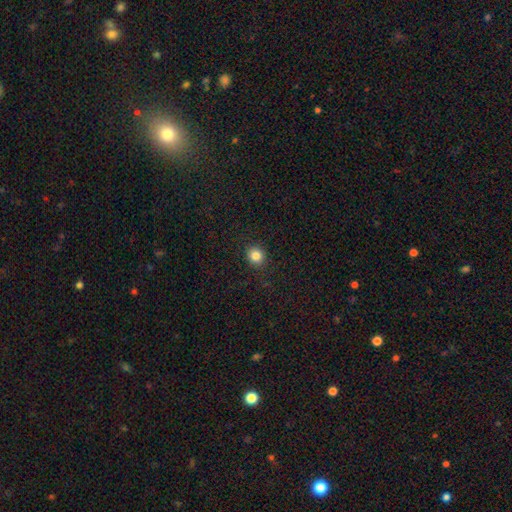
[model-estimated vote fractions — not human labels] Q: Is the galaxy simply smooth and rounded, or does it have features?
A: smooth — 84%.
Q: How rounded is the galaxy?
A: round — 87%.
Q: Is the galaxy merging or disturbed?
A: none — 91%.